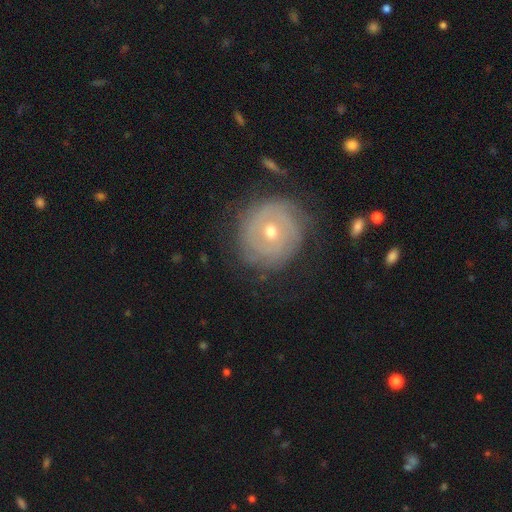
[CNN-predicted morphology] The model was most divided on "bulge size": moderate: 52%, small: 44%, large: 2%, dominant: 1%, none: 1%. Remaining: edge-on disk — no (96%); spiral arms — yes (81%); spiral winding — tight (80%); merging — none (79%); bar — no (70%); smooth or featured — featured or disk (70%); spiral arm count — can't tell (43%).